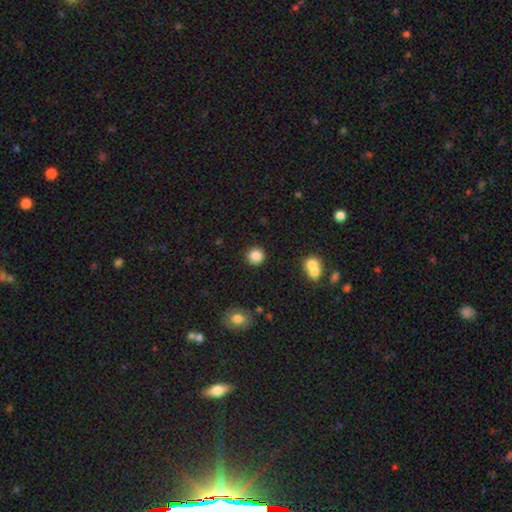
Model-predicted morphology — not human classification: A smooth galaxy with no disk features (86%) that is round (92%). Merging: none (88%).